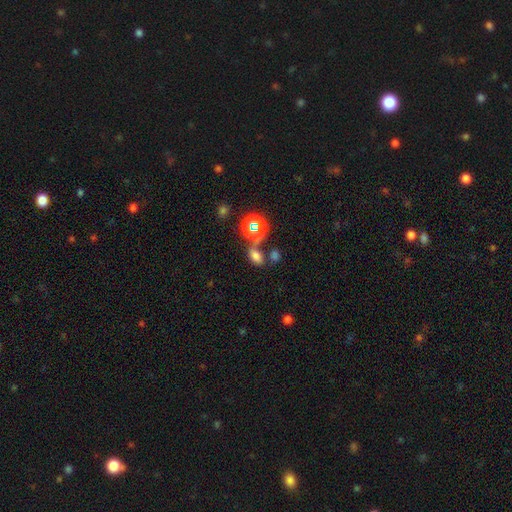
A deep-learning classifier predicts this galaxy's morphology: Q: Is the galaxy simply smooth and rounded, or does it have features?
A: smooth — 64%.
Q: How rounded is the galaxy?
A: in between — 83%.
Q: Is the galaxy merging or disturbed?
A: none — 57%.